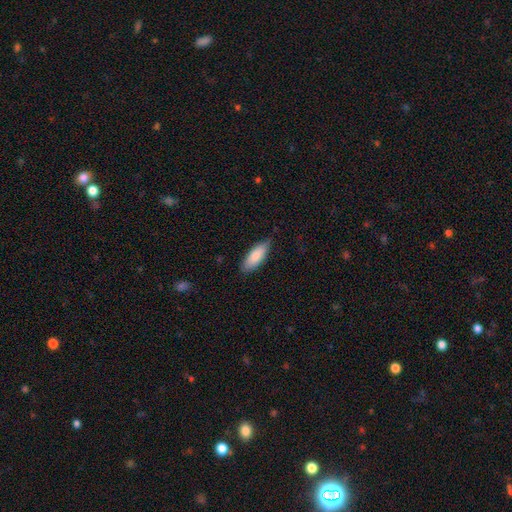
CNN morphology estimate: The model was most divided on "how rounded": in between: 70%, cigar-shaped: 29%, round: 2%. More confident: smooth or featured — smooth (85%); merging — none (81%).